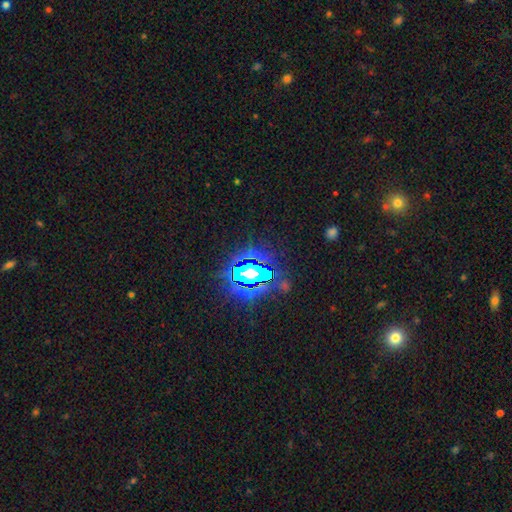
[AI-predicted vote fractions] Smooth or featured? star or artifact (82%)